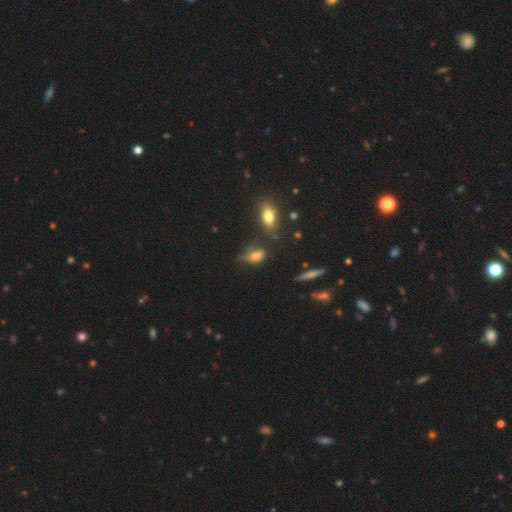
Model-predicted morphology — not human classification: smooth-or-featured: smooth: 74% | star or artifact: 13% | featured or disk: 13%
  how-rounded: in between: 76% | round: 19% | cigar-shaped: 5%
  merging: none: 45% | minor disturbance: 33% | major disturbance: 14% | merger: 8%